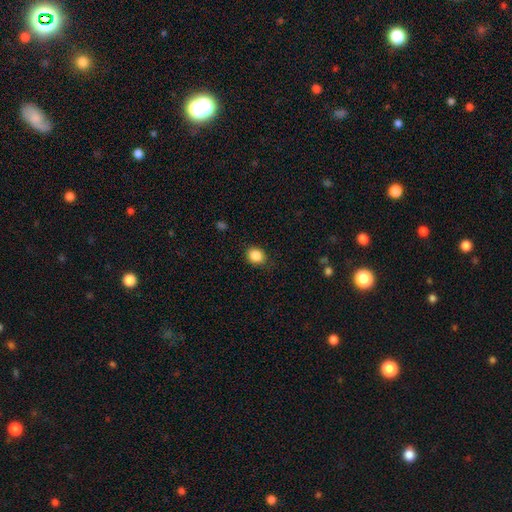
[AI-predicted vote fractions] This appears to be a smooth galaxy with no disk features (86%) that is round (66%). Merging: none (85%).